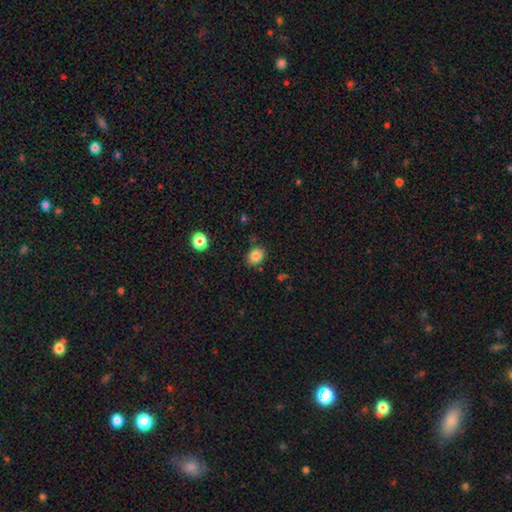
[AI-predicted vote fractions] smooth 82%, star or artifact 11%, featured or disk 7%. Down the decision tree: how rounded — round (57%); merging — none (85%).